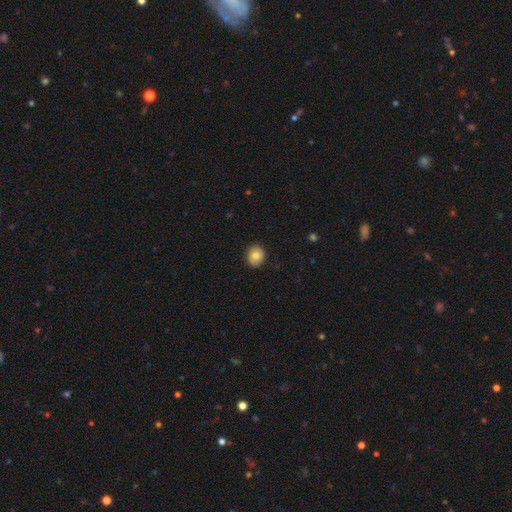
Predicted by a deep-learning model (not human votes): A smooth galaxy with no disk features (77%) that is round (70%). Merging: none (87%).